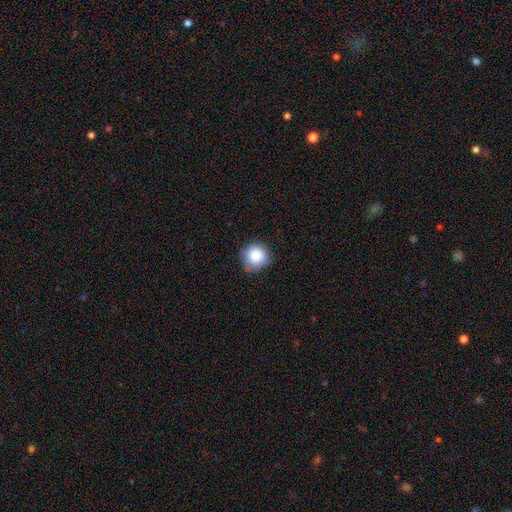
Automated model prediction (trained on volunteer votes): Q: Smooth or featured?
A: smooth (85%); runner-up: star or artifact (9%)
Q: How rounded?
A: round (90%); runner-up: in between (9%)
Q: Merging?
A: none (72%); runner-up: minor disturbance (23%)